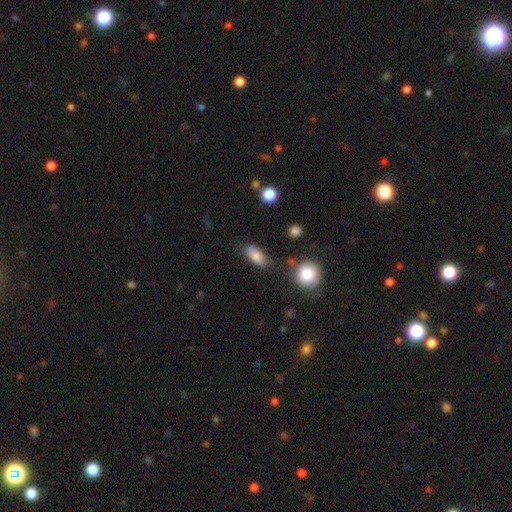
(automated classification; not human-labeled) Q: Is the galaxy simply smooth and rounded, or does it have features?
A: smooth — 81%.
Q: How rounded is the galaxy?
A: in between — 84%.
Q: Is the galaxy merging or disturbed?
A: none — 70%.